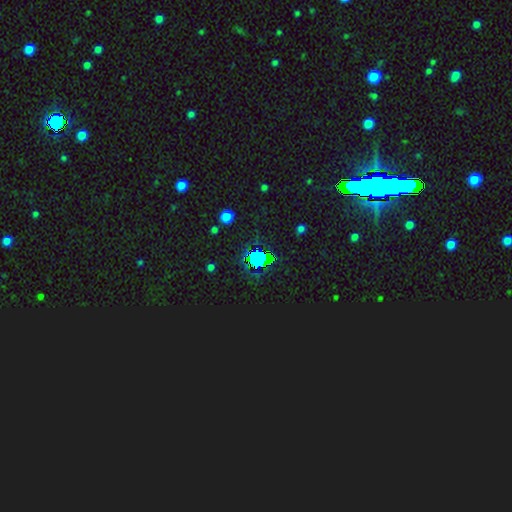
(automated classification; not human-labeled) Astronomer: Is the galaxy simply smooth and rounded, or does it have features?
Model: star or artifact — 72%.